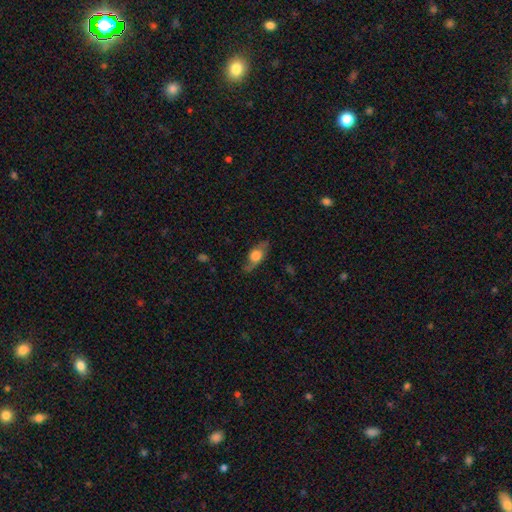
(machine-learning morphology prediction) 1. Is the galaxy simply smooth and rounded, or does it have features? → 49% smooth, 44% featured or disk, 7% star or artifact.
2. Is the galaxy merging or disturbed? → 68% none, 21% minor disturbance, 9% major disturbance, 2% merger.